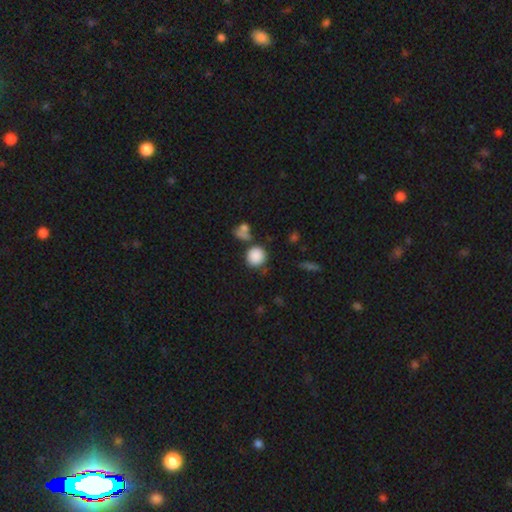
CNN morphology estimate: smooth_or_featured: smooth (p=0.86) [alt: star or artifact p=0.09]
how_rounded: round (p=0.89) [alt: in between p=0.10]
merging: none (p=0.69) [alt: merger p=0.14]